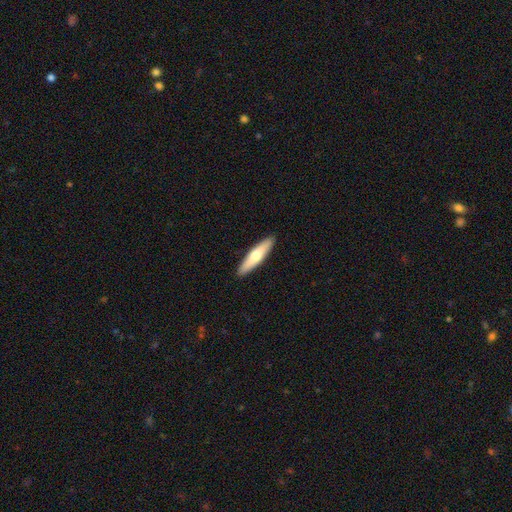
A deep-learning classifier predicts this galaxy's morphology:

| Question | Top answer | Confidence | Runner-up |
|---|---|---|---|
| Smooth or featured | smooth | 63% | featured or disk (32%) |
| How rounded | cigar-shaped | 80% | in between (19%) |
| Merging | none | 91% | minor disturbance (6%) |